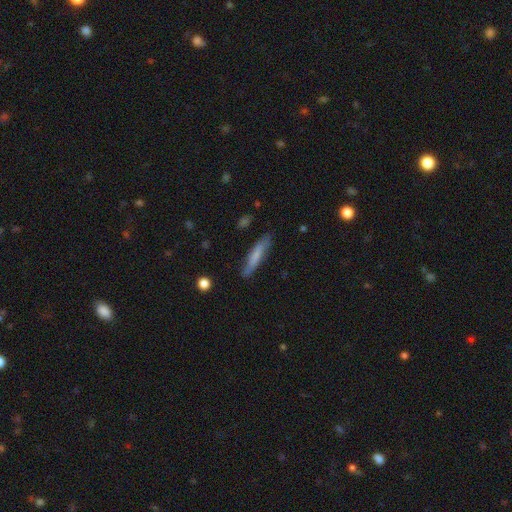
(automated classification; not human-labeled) The model was most divided on "smooth or featured": smooth: 68%, featured or disk: 26%, star or artifact: 6%. More confident: how rounded — cigar-shaped (90%); merging — none (80%).